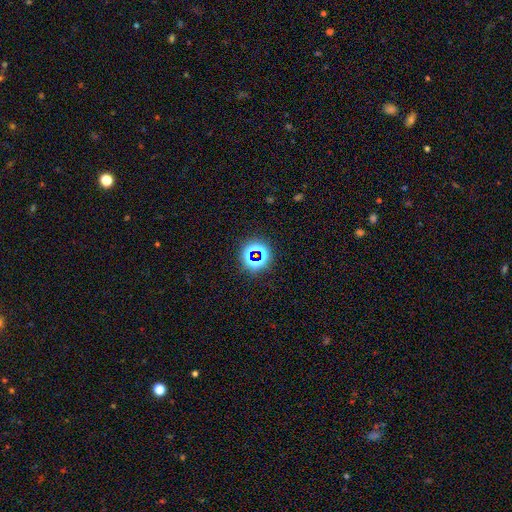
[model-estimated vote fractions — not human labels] This is likely a star or artifact rather than a galaxy (68%).